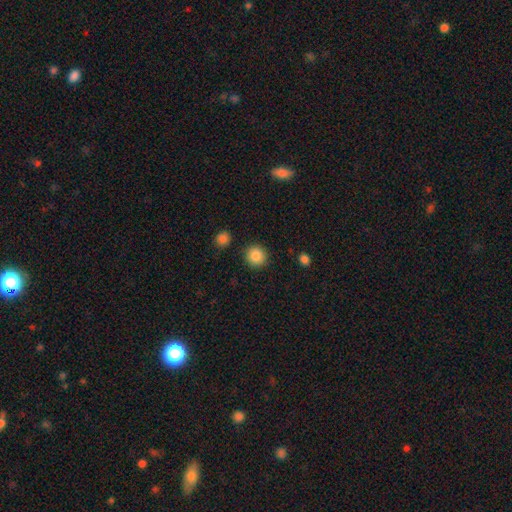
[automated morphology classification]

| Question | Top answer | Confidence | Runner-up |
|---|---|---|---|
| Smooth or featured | smooth | 87% | star or artifact (9%) |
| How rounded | round | 92% | in between (7%) |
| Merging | none | 91% | minor disturbance (5%) |